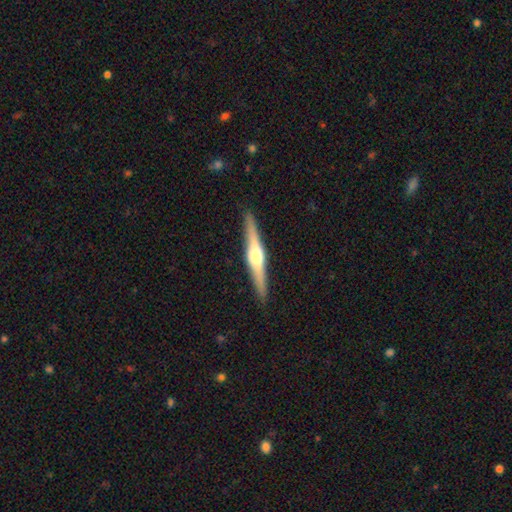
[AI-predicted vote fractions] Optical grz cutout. It shows a featured or disk galaxy (72%) viewed edge-on (98%) with a rounded central bulge (91%). Merging: none (91%).